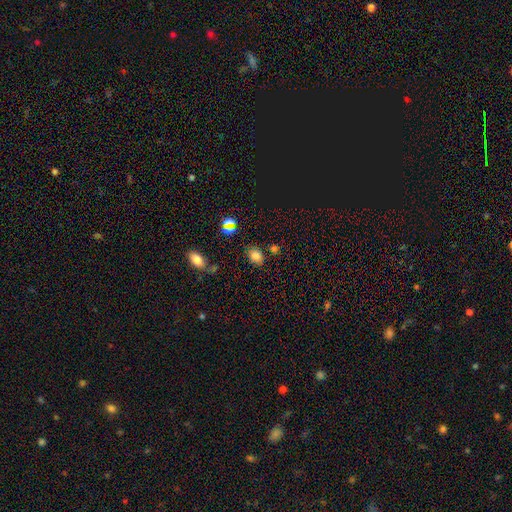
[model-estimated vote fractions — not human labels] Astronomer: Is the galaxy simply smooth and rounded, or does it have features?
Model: smooth — 76%.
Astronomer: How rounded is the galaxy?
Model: in between — 66%.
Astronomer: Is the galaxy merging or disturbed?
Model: none — 77%.